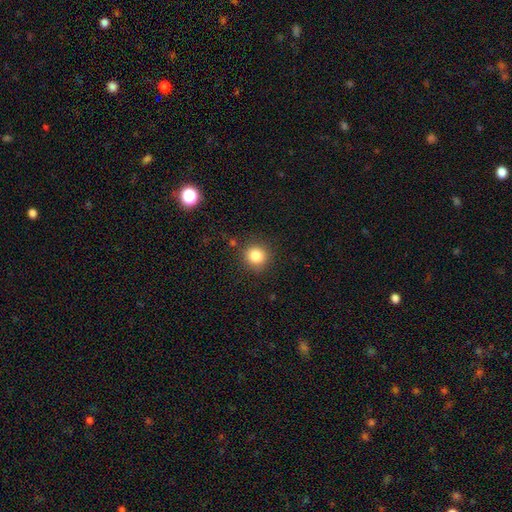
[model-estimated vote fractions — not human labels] Overall: smooth (84%). How rounded: round (91%). Merging: none (87%).